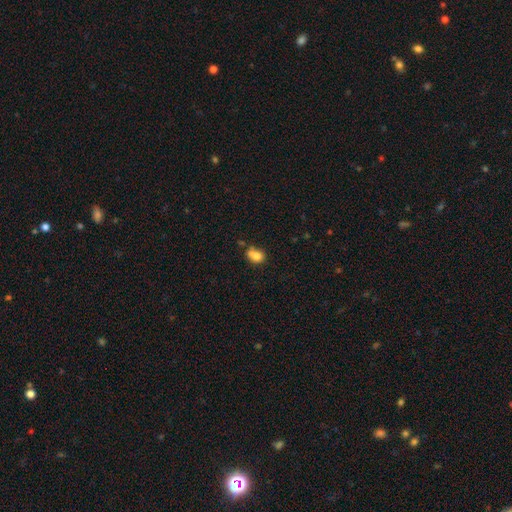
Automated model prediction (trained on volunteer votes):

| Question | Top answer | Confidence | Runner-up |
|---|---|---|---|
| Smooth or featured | smooth | 76% | featured or disk (14%) |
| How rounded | in between | 55% | round (44%) |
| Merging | none | 38% | merger (35%) |